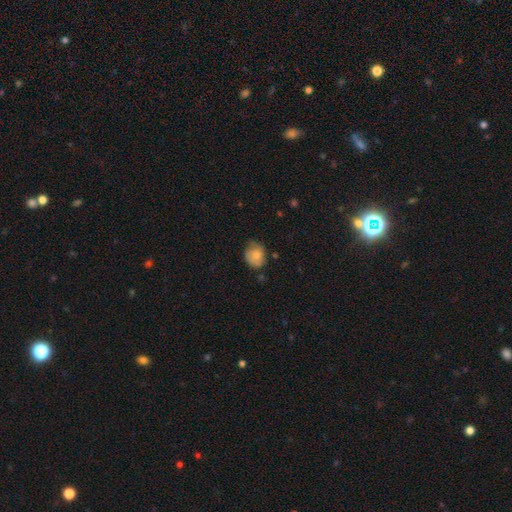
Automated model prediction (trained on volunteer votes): The model was most divided on "how rounded": round: 60%, in between: 39%, cigar-shaped: 1%. More confident: smooth or featured — smooth (72%); merging — none (56%).